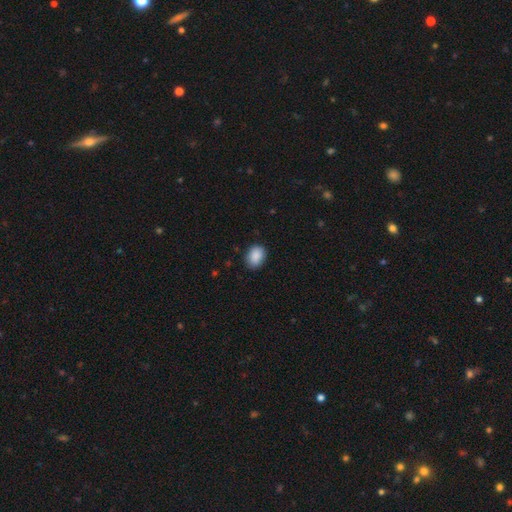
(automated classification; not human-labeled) Smooth or featured?
  - smooth: 89% *
  - star or artifact: 7%
  - featured or disk: 3%
How rounded?
  - in between: 73% *
  - round: 26%
  - cigar-shaped: 1%
Merging?
  - none: 84% *
  - minor disturbance: 12%
  - major disturbance: 3%
  - merger: 1%